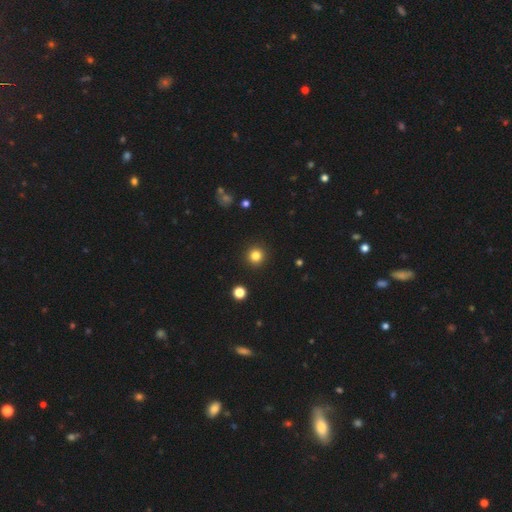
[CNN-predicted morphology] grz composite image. It shows a smooth galaxy with no disk features (82%) that is round (95%). Merging: none (93%).